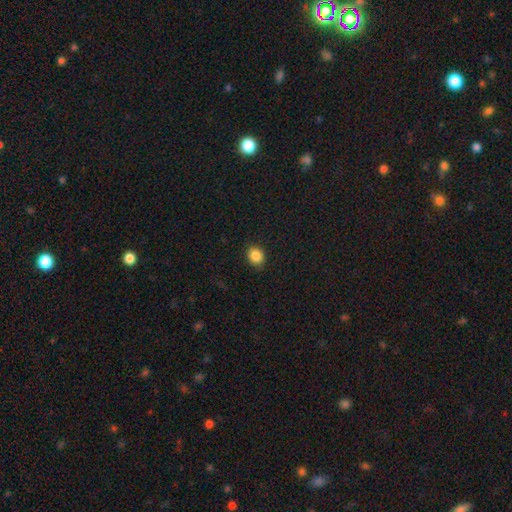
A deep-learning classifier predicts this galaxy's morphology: Smooth or featured? smooth (86%)
How rounded? round (59%)
Merging? none (89%)